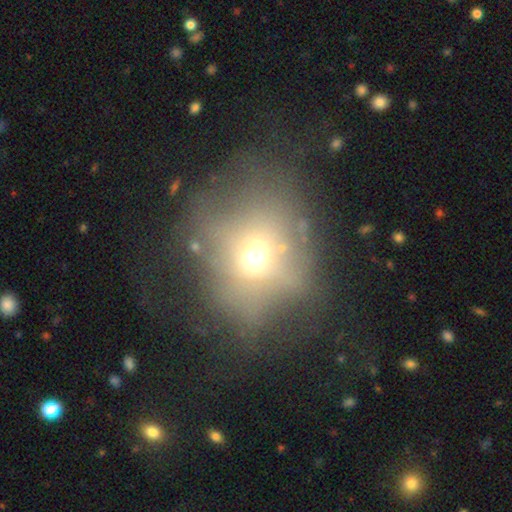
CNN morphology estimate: Overall: smooth (51%; featured or disk 30%). How rounded: round (69%; in between 30%). Merging: none (43%; major disturbance 29%).